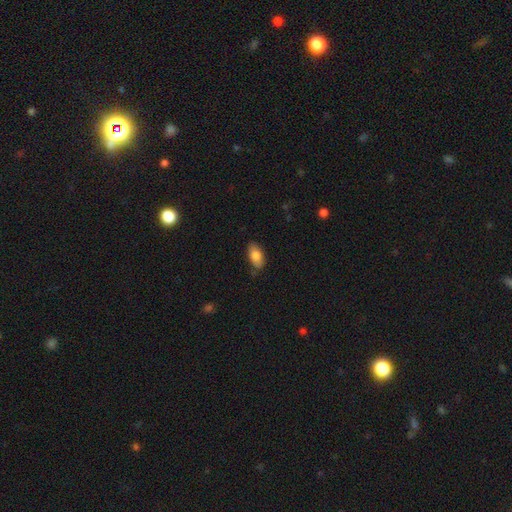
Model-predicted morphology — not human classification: The model was most divided on "merging": none: 77%, minor disturbance: 18%, major disturbance: 3%, merger: 1%. More confident: how rounded — in between (92%); smooth or featured — smooth (80%).